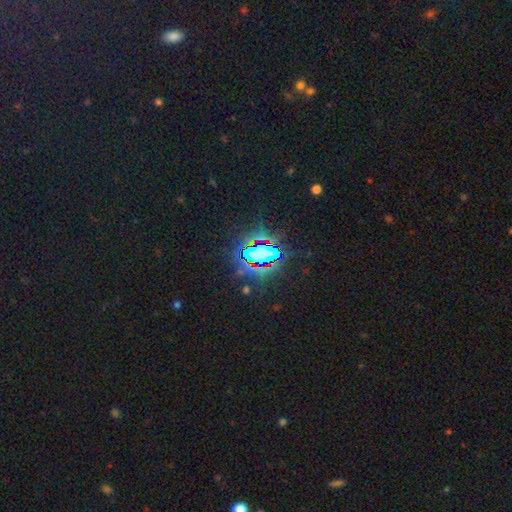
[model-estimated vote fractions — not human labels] Smooth or featured?
  - star or artifact: 72% *
  - smooth: 16%
  - featured or disk: 11%